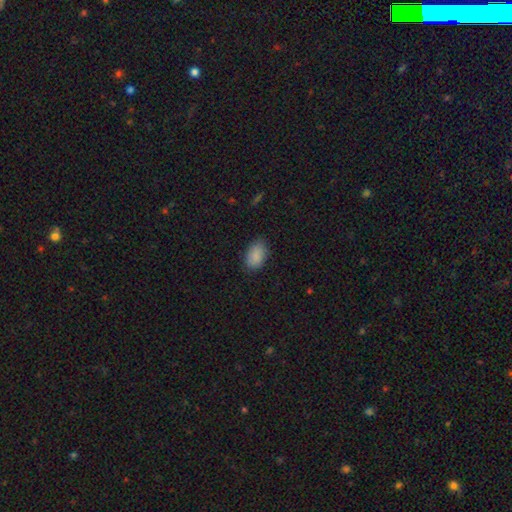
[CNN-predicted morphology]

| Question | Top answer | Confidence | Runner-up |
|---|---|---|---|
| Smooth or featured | smooth | 88% | star or artifact (7%) |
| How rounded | in between | 90% | round (9%) |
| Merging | none | 81% | minor disturbance (15%) |